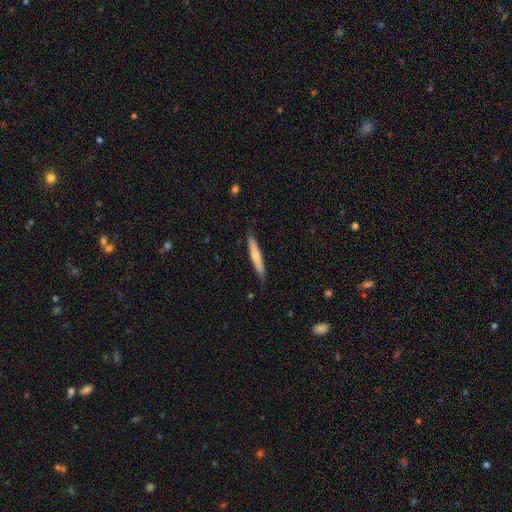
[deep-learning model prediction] This appears to be a smooth galaxy with no disk features (59%) that is cigar-shaped (93%). Merging: none (82%).